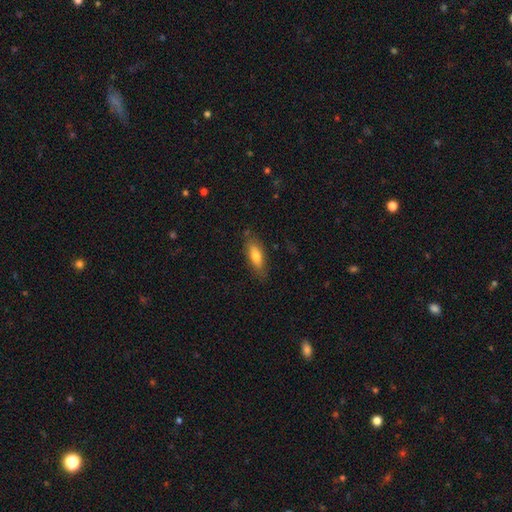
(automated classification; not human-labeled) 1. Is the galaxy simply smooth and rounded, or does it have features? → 72% smooth, 22% featured or disk, 7% star or artifact.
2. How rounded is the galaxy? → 66% in between, 32% cigar-shaped, 2% round.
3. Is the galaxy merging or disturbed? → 78% none, 16% minor disturbance, 4% major disturbance, 2% merger.